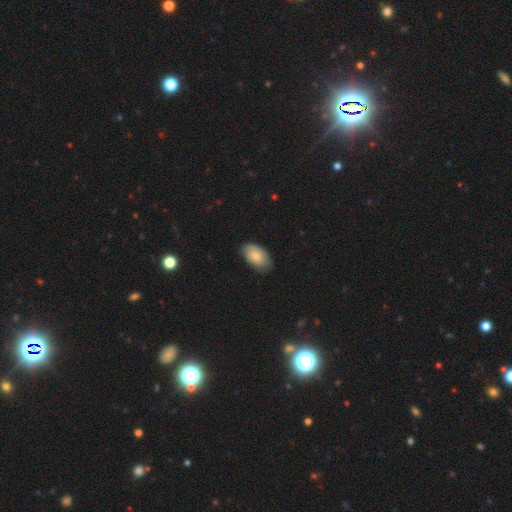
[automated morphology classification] Overall: smooth (70%). How rounded: in between (93%). Merging: none (72%).